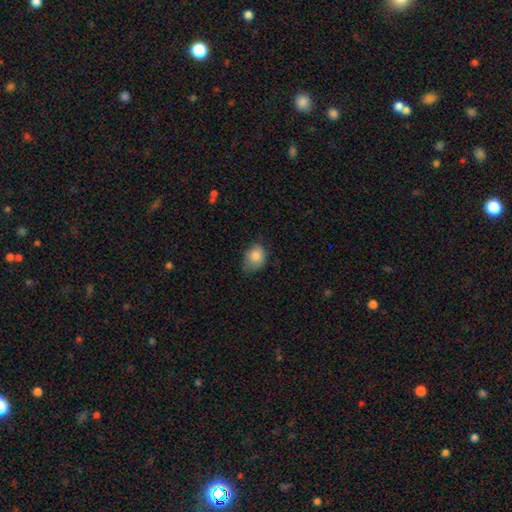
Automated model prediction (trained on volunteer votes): A smooth galaxy with no disk features (83%) that is in between round and cigar-shaped (55%). Merging: none (52%).